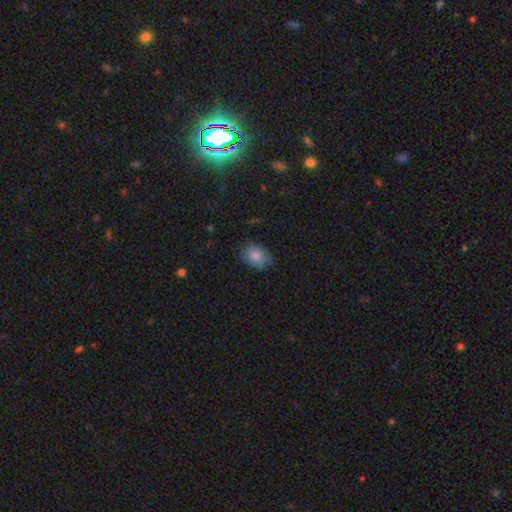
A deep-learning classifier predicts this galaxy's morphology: Smooth or featured? smooth (82%)
How rounded? in between (75%)
Merging? none (72%)